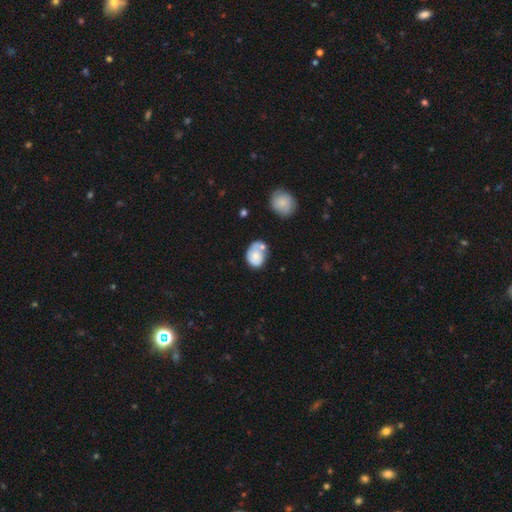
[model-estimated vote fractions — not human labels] Q: Smooth or featured?
A: smooth (63%); runner-up: featured or disk (30%)
Q: How rounded?
A: in between (58%); runner-up: round (41%)
Q: Merging?
A: none (39%); runner-up: minor disturbance (27%)